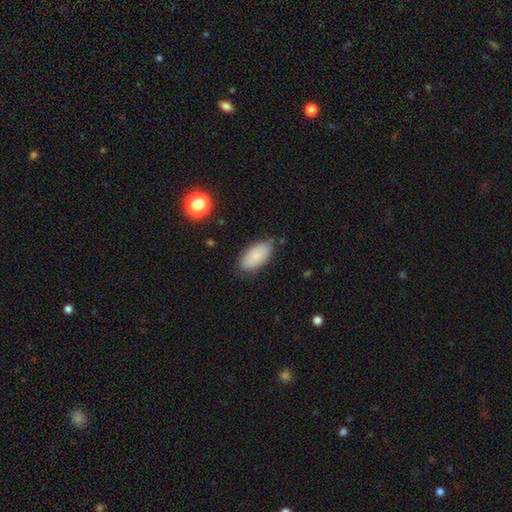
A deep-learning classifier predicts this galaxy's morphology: The model was most divided on "merging": none: 75%, minor disturbance: 19%, major disturbance: 4%, merger: 2%. More confident: how rounded — in between (94%); smooth or featured — smooth (83%).